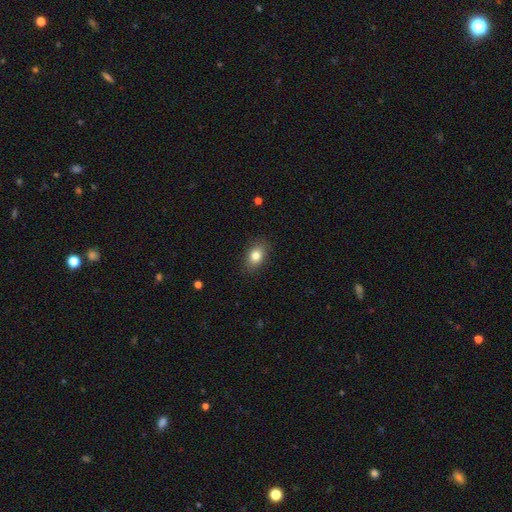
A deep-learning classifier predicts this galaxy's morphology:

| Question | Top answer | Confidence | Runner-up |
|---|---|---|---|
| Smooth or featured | smooth | 82% | star or artifact (9%) |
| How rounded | in between | 77% | round (22%) |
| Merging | none | 86% | minor disturbance (10%) |